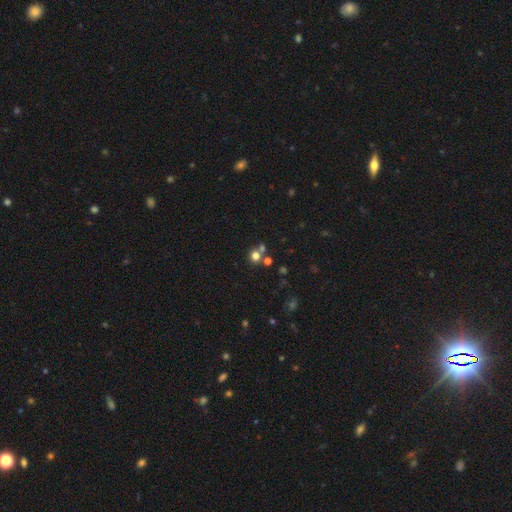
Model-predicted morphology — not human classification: This is likely a smooth galaxy (74%). How rounded: clearly round (87%). Merging: likely none (61%).